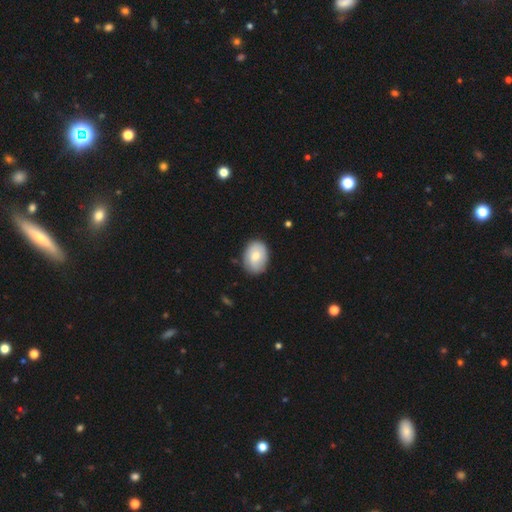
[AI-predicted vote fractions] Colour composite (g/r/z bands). It shows a smooth galaxy with no disk features (70%) that is in between round and cigar-shaped (75%). Merging: none (81%).